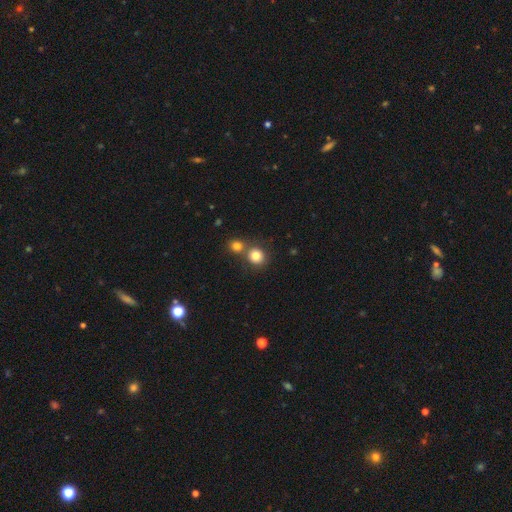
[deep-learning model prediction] A smooth galaxy with no disk features (81%) that is round (83%). Merging: none (58%).